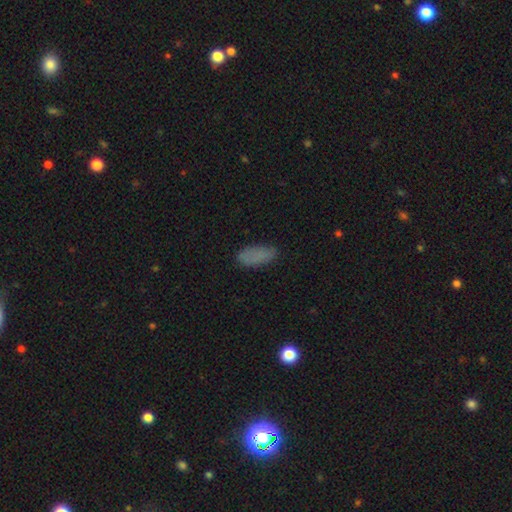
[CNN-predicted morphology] smooth-or-featured: smooth: 81% | star or artifact: 11% | featured or disk: 9%
  how-rounded: in between: 80% | cigar-shaped: 17% | round: 3%
  merging: none: 78% | minor disturbance: 16% | major disturbance: 4% | merger: 2%